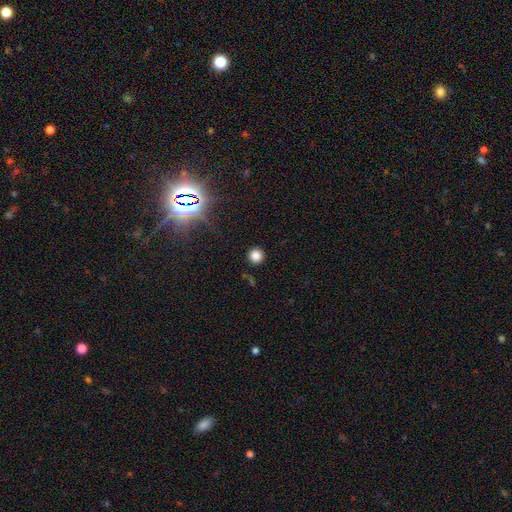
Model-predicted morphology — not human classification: smooth_or_featured: smooth (p=0.82) [alt: star or artifact p=0.13]
how_rounded: round (p=0.94) [alt: in between p=0.05]
merging: none (p=0.91) [alt: minor disturbance p=0.06]